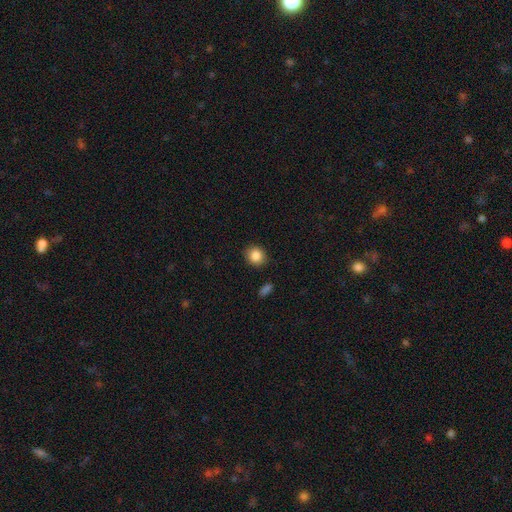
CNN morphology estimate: Smooth or featured: smooth — 86% (star or artifact — 9%)
How rounded: round — 77% (in between — 22%)
Merging: none — 89% (minor disturbance — 8%)